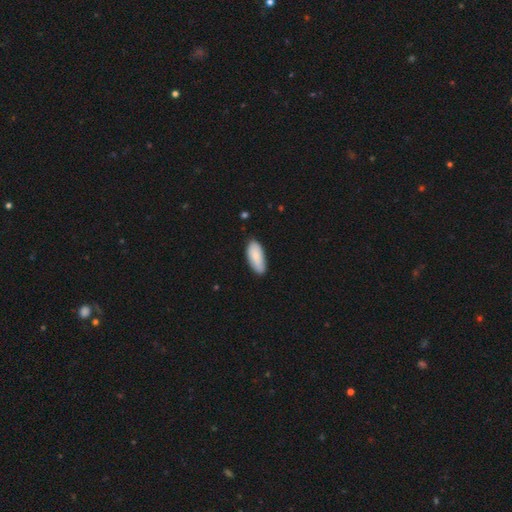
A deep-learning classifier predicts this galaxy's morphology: This appears to be a smooth galaxy with no disk features (83%) that is in between round and cigar-shaped (84%). Merging: none (80%).